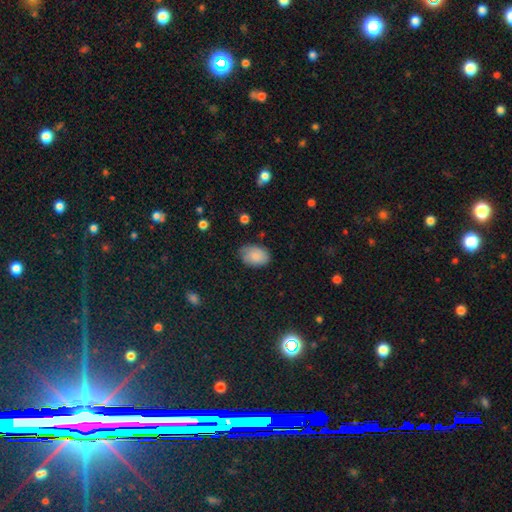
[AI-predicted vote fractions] smooth_or_featured: smooth (p=0.77) [alt: featured or disk p=0.15]
how_rounded: in between (p=0.84) [alt: round p=0.14]
merging: none (p=0.71) [alt: minor disturbance p=0.23]